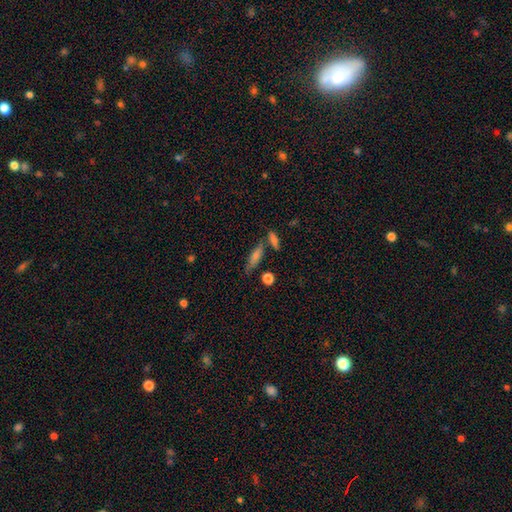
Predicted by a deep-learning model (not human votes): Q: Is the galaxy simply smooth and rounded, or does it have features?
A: smooth — 60%.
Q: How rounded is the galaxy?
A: cigar-shaped — 61%.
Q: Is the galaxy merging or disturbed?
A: none — 66%.